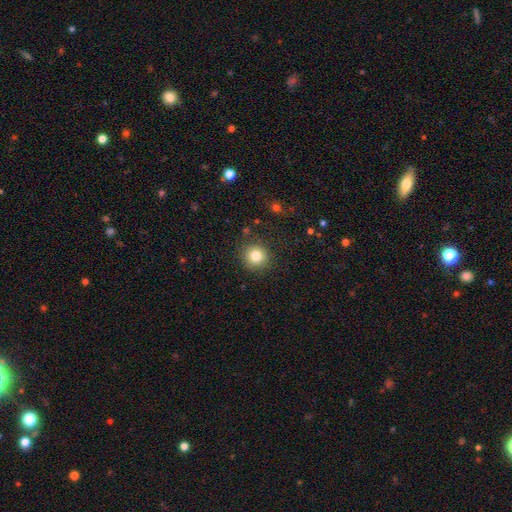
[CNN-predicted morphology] smooth_or_featured: smooth (p=0.81) [alt: star or artifact p=0.12]
how_rounded: round (p=0.93) [alt: in between p=0.06]
merging: none (p=0.88) [alt: minor disturbance p=0.07]